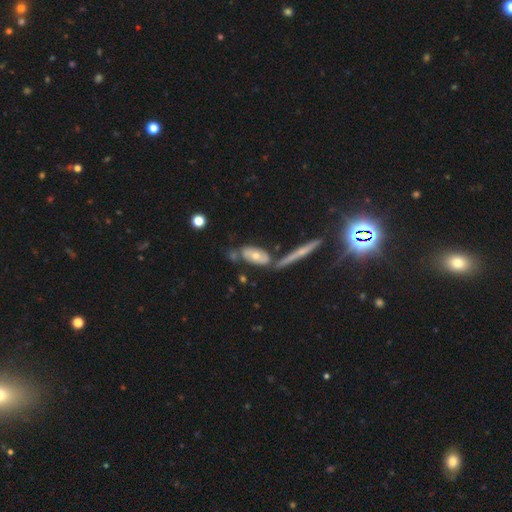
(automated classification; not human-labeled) Morphology: type=smooth (53%); roundness=in between (80%); merging=none (56%).